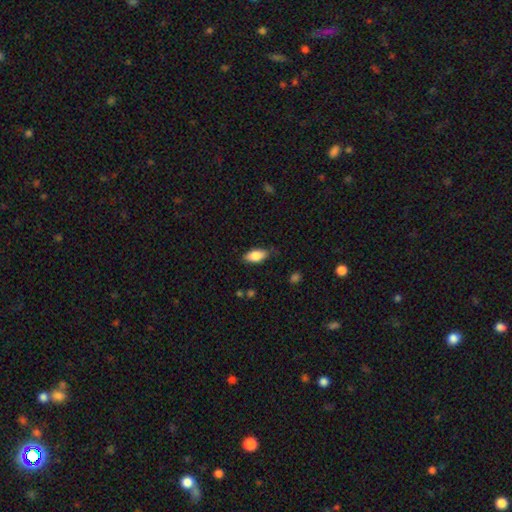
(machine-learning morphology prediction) smooth-or-featured: smooth: 84% | featured or disk: 10% | star or artifact: 7%
  how-rounded: in between: 89% | cigar-shaped: 8% | round: 3%
  merging: none: 72% | minor disturbance: 23% | major disturbance: 4% | merger: 1%